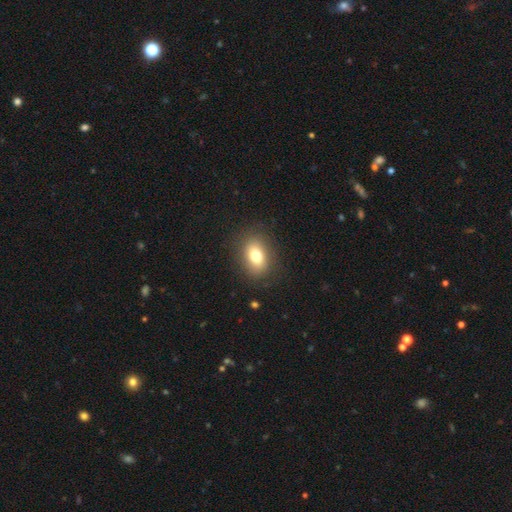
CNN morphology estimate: smooth-or-featured: smooth: 77% | featured or disk: 13% | star or artifact: 10%
  how-rounded: in between: 75% | round: 23% | cigar-shaped: 2%
  merging: none: 85% | minor disturbance: 10% | major disturbance: 4% | merger: 1%